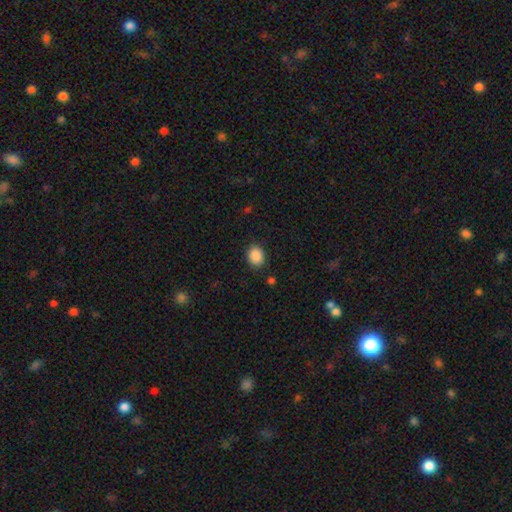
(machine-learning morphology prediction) smooth-or-featured: smooth: 89% | star or artifact: 8% | featured or disk: 3%
  how-rounded: round: 51% | in between: 48% | cigar-shaped: 1%
  merging: none: 86% | minor disturbance: 10% | major disturbance: 3% | merger: 2%